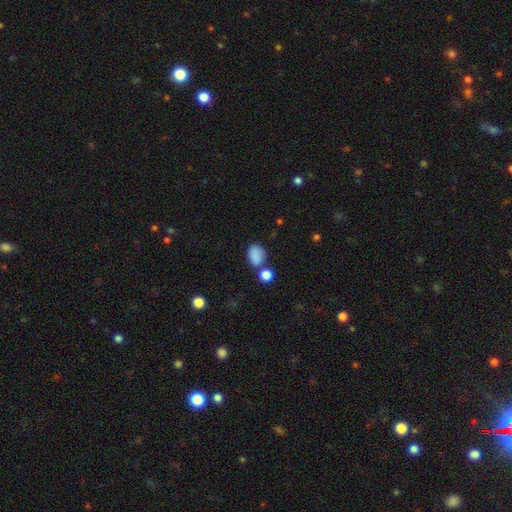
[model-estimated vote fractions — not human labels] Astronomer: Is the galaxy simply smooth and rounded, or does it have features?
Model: smooth — 85%.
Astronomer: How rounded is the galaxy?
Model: in between — 66%.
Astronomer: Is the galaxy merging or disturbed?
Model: none — 60%.